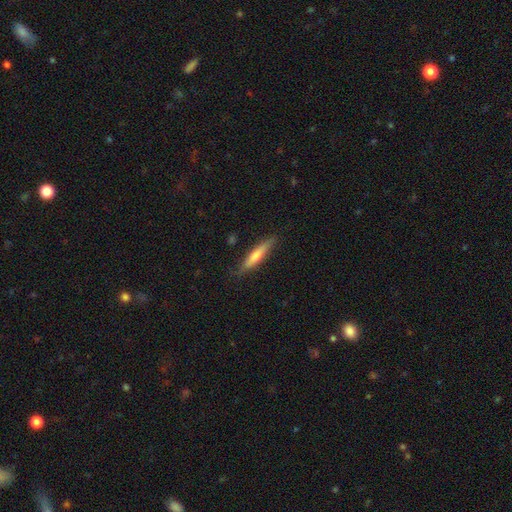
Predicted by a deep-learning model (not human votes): This appears to be a smooth galaxy with no disk features (53%) that is cigar-shaped (90%). Merging: none (84%).